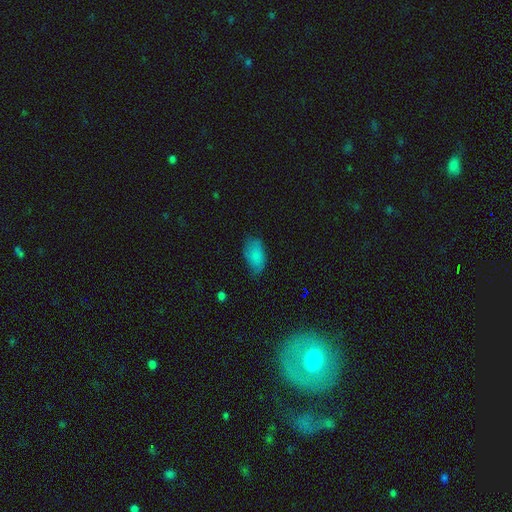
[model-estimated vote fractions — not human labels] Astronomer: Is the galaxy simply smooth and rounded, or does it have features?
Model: smooth — 82%.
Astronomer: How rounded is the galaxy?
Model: in between — 93%.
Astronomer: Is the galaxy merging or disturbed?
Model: none — 63%.